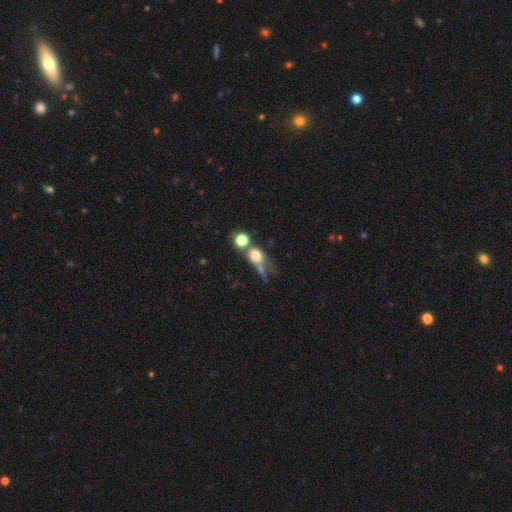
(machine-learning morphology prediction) A smooth galaxy with no disk features (67%) that is round (61%). Merging: merger (42%).